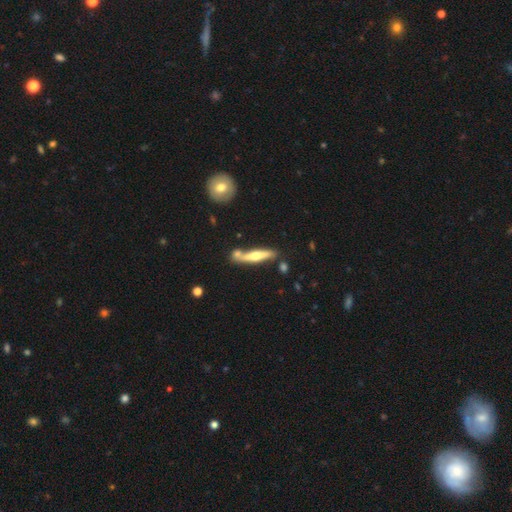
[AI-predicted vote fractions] A featured or disk galaxy (56%) viewed edge-on (92%) with a rounded central bulge (88%). Merging: none (67%).